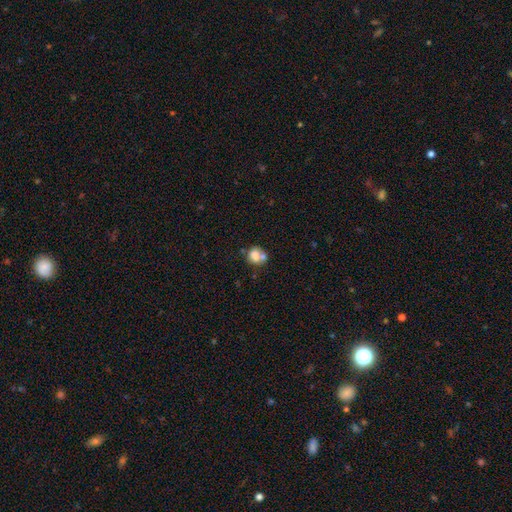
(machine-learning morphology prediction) Smooth or featured: smooth — 74% (featured or disk — 15%)
How rounded: round — 64% (in between — 35%)
Merging: merger — 41% (none — 39%)